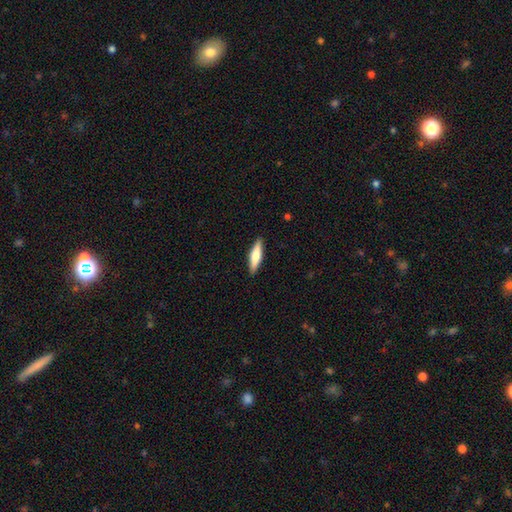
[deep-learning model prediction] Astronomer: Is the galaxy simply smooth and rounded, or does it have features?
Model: smooth — 63%.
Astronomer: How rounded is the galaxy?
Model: cigar-shaped — 71%.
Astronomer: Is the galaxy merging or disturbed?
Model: none — 90%.